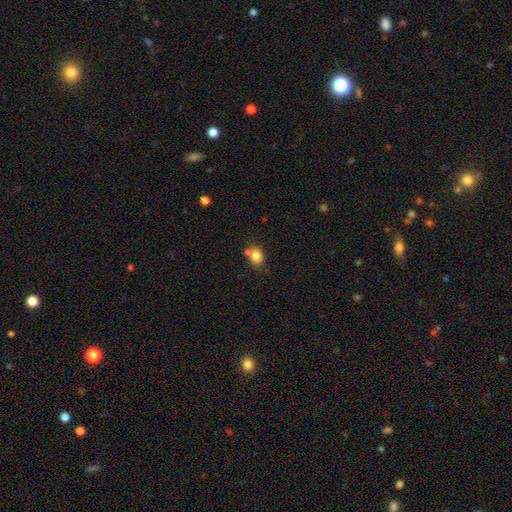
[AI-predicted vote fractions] smooth 81%, star or artifact 10%, featured or disk 8%. Down the decision tree: how rounded — in between (50%); merging — none (61%).